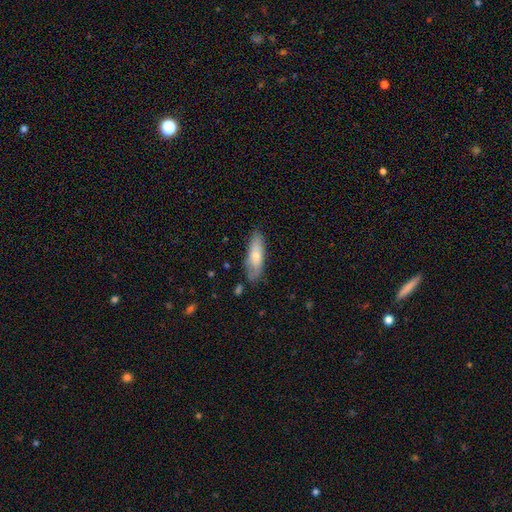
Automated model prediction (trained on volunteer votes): Smooth or featured? Predicted: smooth (p=0.68). How rounded? Predicted: in between (p=0.53). Merging? Predicted: none (p=0.74).